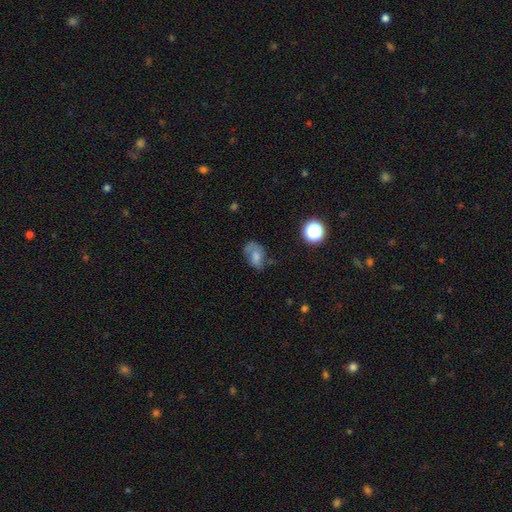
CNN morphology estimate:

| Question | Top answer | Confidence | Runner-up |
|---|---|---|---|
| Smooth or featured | smooth | 61% | featured or disk (25%) |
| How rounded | in between | 77% | round (21%) |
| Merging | none | 40% | minor disturbance (30%) |